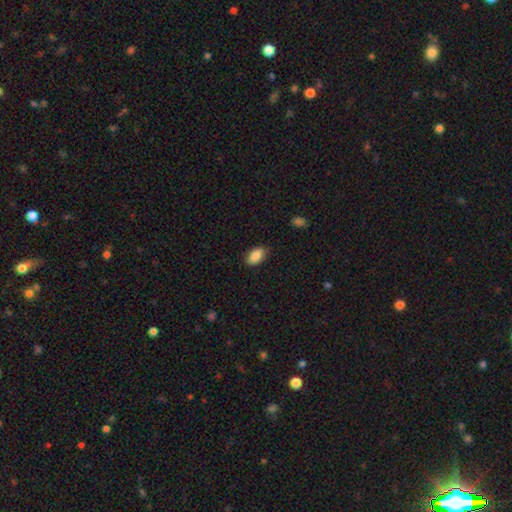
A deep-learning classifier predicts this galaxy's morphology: Smooth or featured? Predicted: smooth (p=0.88). How rounded? Predicted: in between (p=0.93). Merging? Predicted: none (p=0.84).